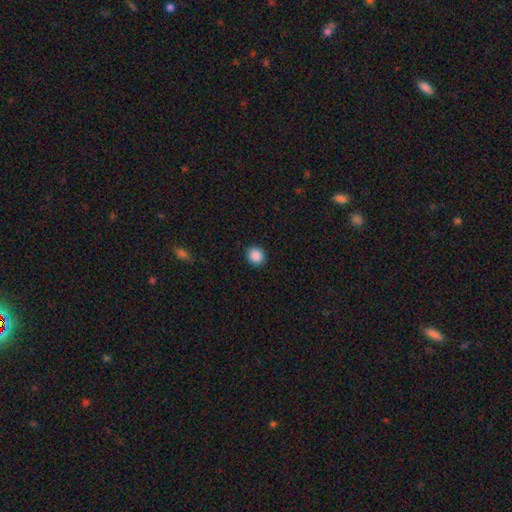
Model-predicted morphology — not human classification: This appears to be a smooth galaxy with no disk features (88%) that is round (84%). Merging: none (92%).